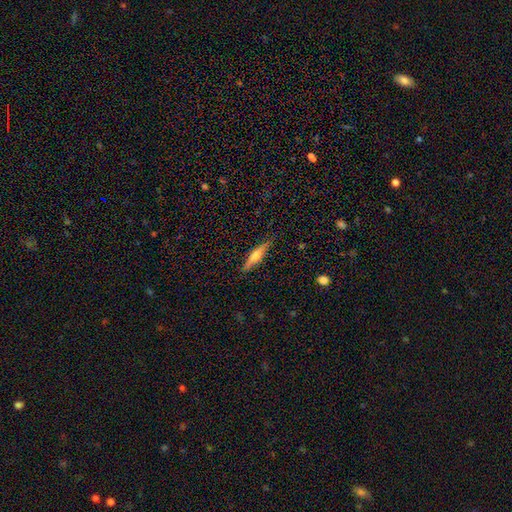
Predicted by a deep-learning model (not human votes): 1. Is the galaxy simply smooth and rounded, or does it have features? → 54% featured or disk, 40% smooth, 6% star or artifact.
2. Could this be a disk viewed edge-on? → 95% yes, 5% no.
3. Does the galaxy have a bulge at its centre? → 89% rounded, 6% none, 5% boxy.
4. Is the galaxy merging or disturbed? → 88% none, 9% minor disturbance, 2% major disturbance, 1% merger.